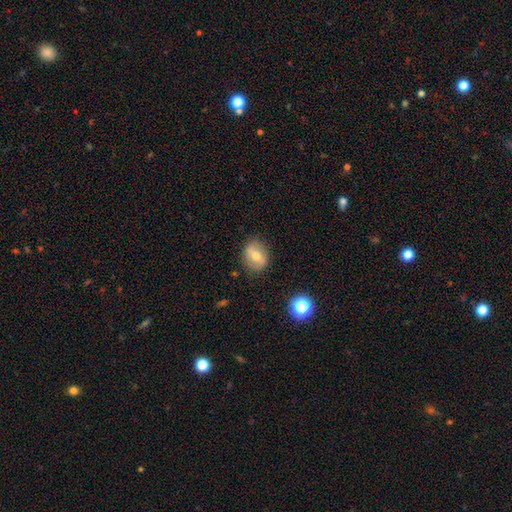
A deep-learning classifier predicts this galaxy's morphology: This appears to be a smooth galaxy with no disk features (55%) that is round (51%). Merging: none (81%).